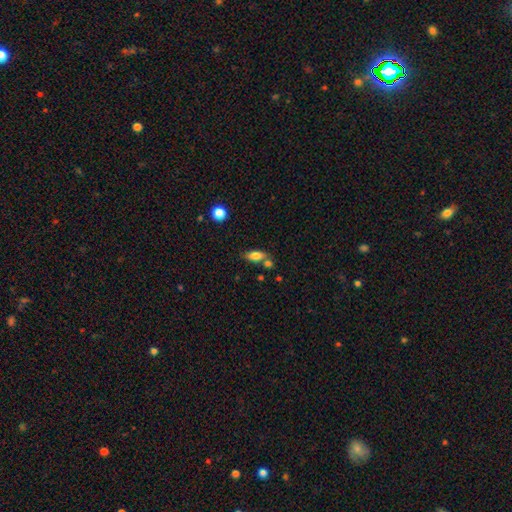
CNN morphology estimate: type=smooth (78%); roundness=in between (82%); merging=none (60%).